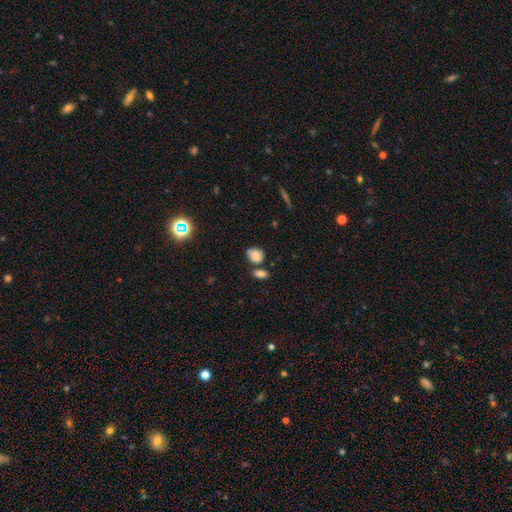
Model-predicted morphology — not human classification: This appears to be a smooth galaxy with no disk features (79%) that is round (50%). Merging: none (52%).